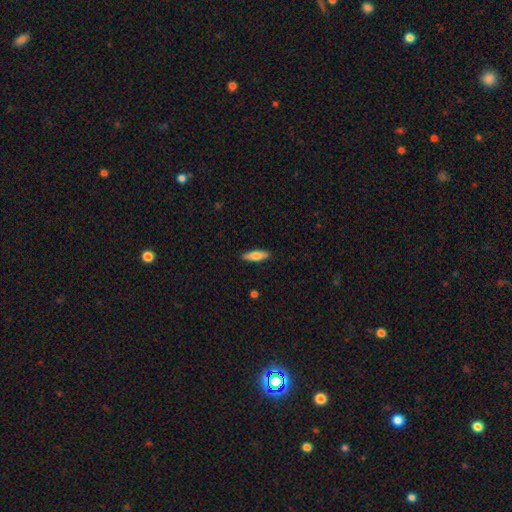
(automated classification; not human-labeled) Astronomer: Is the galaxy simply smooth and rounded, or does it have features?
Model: smooth — 71%.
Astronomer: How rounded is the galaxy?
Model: cigar-shaped — 59% (runner-up: in between, 39%).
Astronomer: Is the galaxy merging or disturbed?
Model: none — 89%.